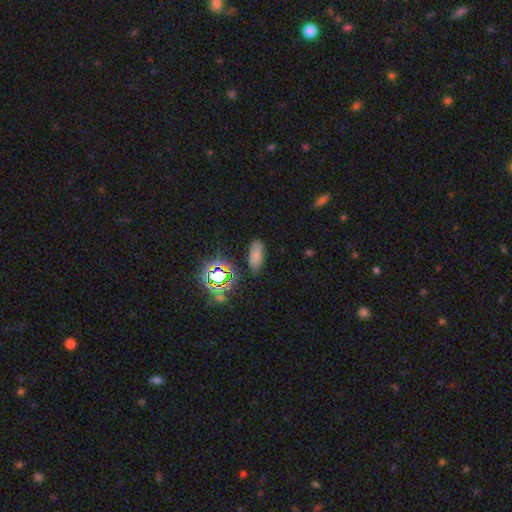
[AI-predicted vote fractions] Morphology: type=smooth (69%); roundness=in between (87%); merging=none (80%).